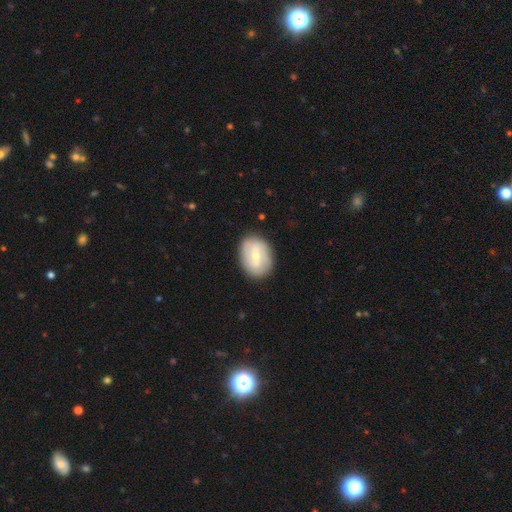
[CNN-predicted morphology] type=featured or disk (54%); edge-on=no (95%); bar=weak (50%); spiral arms=yes (56%); bulge=small (53%); merging=none (85%).